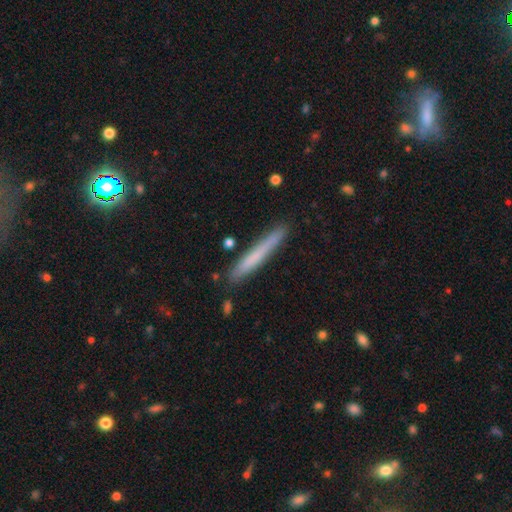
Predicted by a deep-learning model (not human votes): This appears to be a smooth galaxy with no disk features (69%) that is cigar-shaped (96%). Merging: none (85%).